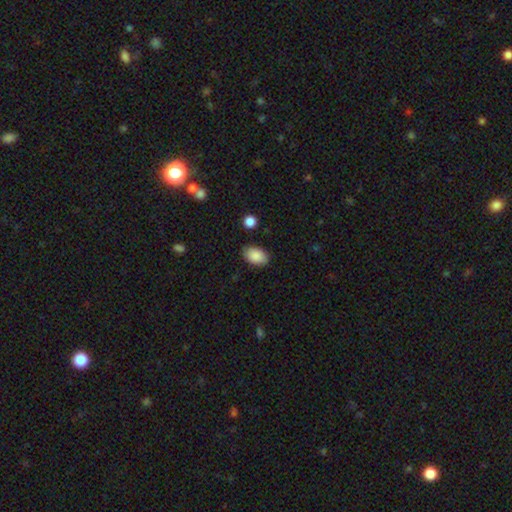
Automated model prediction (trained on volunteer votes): Overall: smooth (89%). How rounded: in between (90%). Merging: none (84%).